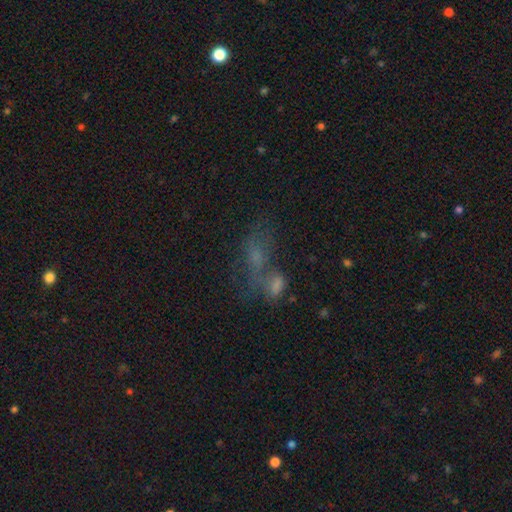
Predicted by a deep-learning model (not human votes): smooth 44%, featured or disk 28%, star or artifact 28%. Down the decision tree: merging — merger (51%).